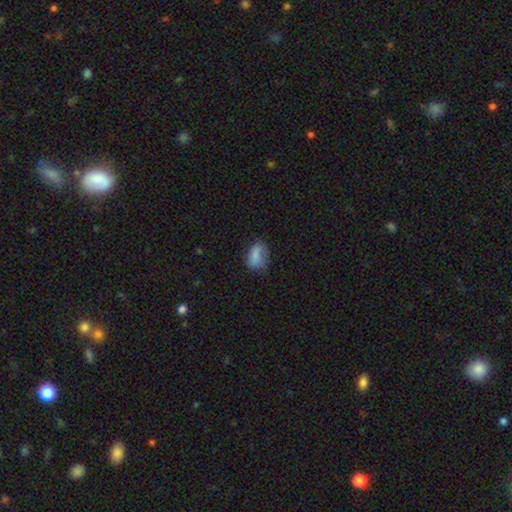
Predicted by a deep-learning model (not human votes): Smooth or featured: smooth — 81% (featured or disk — 10%)
How rounded: in between — 80% (round — 18%)
Merging: none — 61% (minor disturbance — 28%)